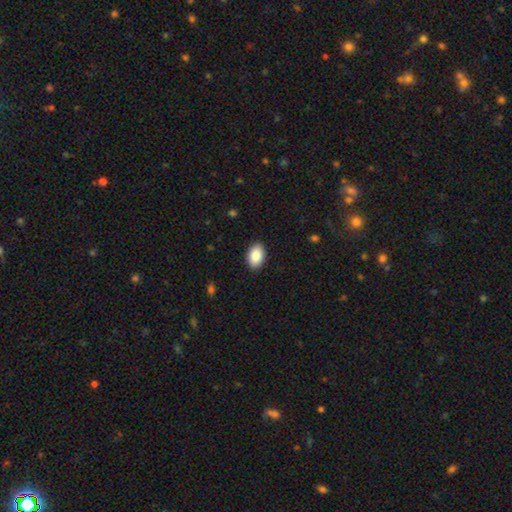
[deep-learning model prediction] smooth_or_featured: smooth (p=0.89) [alt: star or artifact p=0.07]
how_rounded: in between (p=0.92) [alt: round p=0.07]
merging: none (p=0.90) [alt: minor disturbance p=0.08]